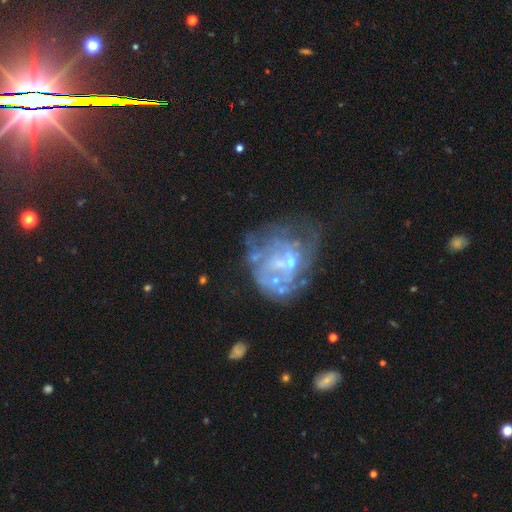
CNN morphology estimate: Overall: featured or disk (70%). Edge-on disk: no (98%). Bar: no (78%). Spiral arms: no (72%). Bulge size: small (41%; none 30%). Merging: none (36%; major disturbance 29%).